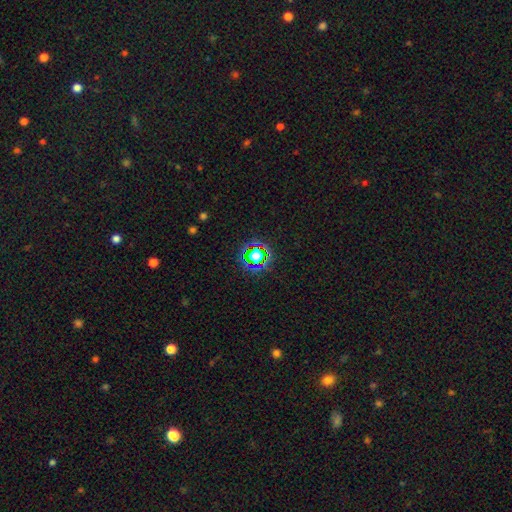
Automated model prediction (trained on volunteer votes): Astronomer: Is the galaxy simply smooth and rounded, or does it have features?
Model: star or artifact — 62%.